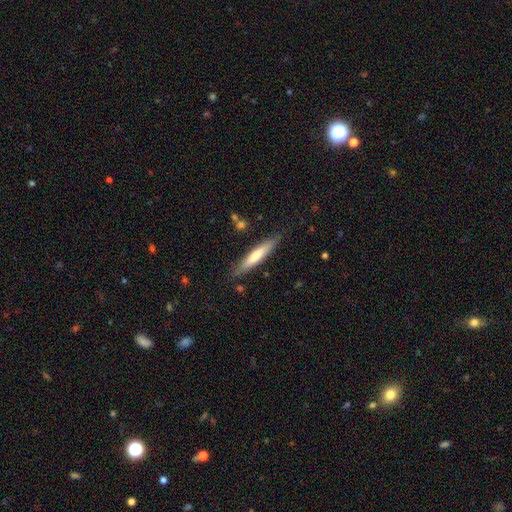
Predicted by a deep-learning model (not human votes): This appears to be a smooth galaxy with no disk features (57%) that is cigar-shaped (89%). Merging: none (84%).